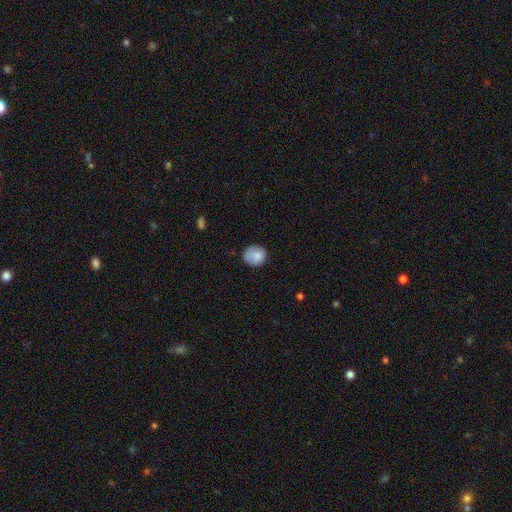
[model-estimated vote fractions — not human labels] smooth 82%, featured or disk 11%, star or artifact 8%. Down the decision tree: how rounded — round (82%); merging — none (71%).